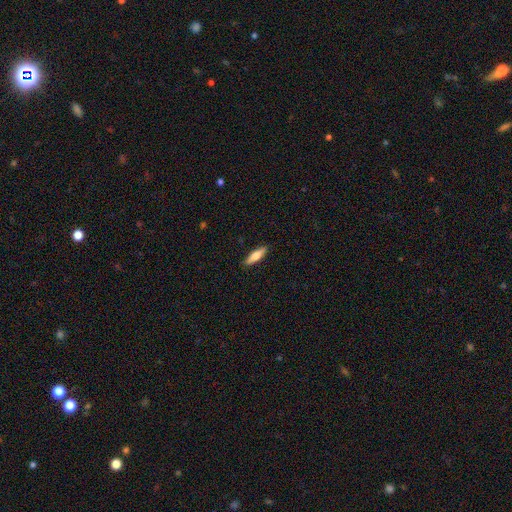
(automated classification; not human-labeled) A smooth galaxy with no disk features (67%) that is cigar-shaped (65%).

Vote fractions:
- Smooth or featured? smooth: 67% / featured or disk: 27% / star or artifact: 6%
- How rounded? cigar-shaped: 65% / in between: 34% / round: 2%
- Merging? none: 89% / minor disturbance: 8% / major disturbance: 2% / merger: 1%